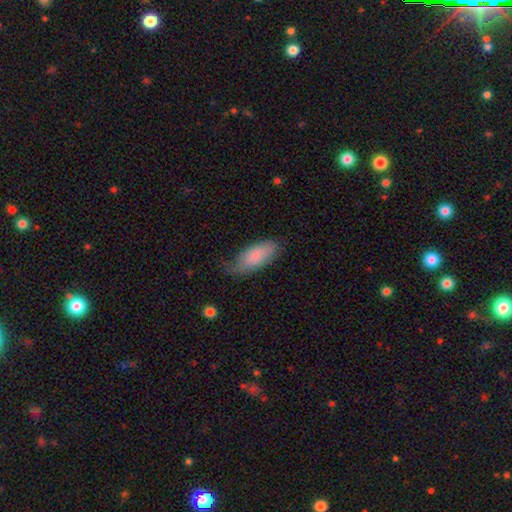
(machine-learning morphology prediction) This is likely a smooth galaxy (78%). How rounded: clearly in between (85%). Merging: possibly none (56%).